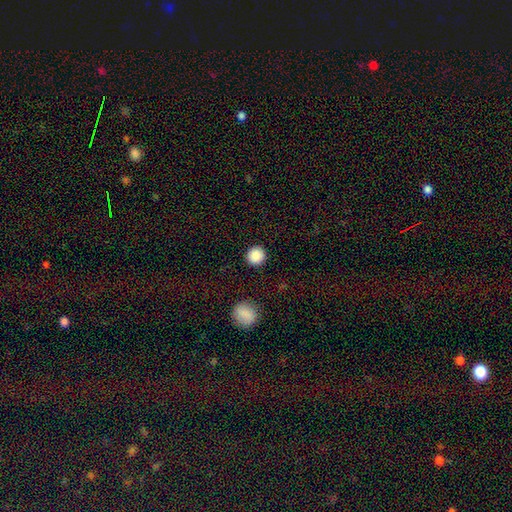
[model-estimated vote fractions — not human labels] Morphology: type=smooth (88%); roundness=round (95%); merging=none (92%).